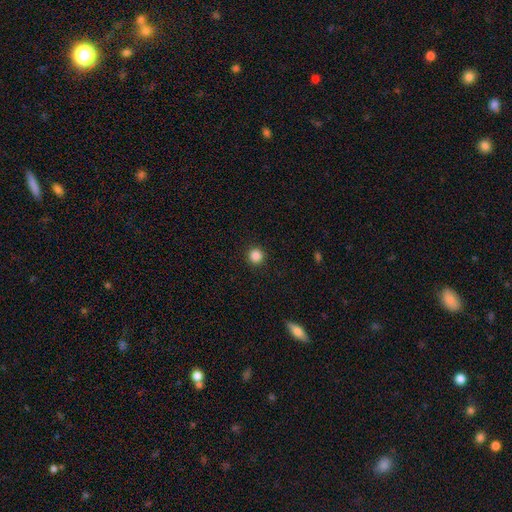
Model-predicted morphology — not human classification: Smooth or featured?
  - smooth: 86% *
  - star or artifact: 11%
  - featured or disk: 3%
How rounded?
  - round: 95% *
  - in between: 4%
  - cigar-shaped: 1%
Merging?
  - none: 93% *
  - minor disturbance: 5%
  - major disturbance: 2%
  - merger: 1%